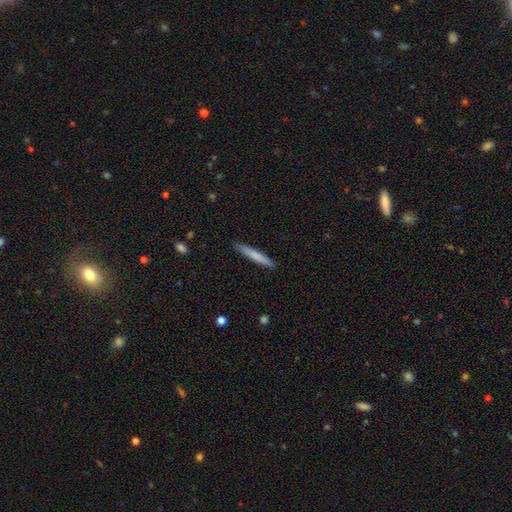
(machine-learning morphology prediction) Smooth or featured? smooth (74%)
How rounded? cigar-shaped (96%)
Merging? none (90%)